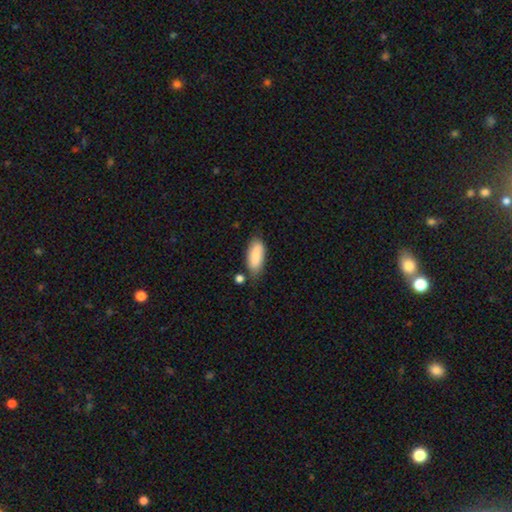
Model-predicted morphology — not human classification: Smooth or featured? smooth (80%)
How rounded? in between (83%)
Merging? none (67%)